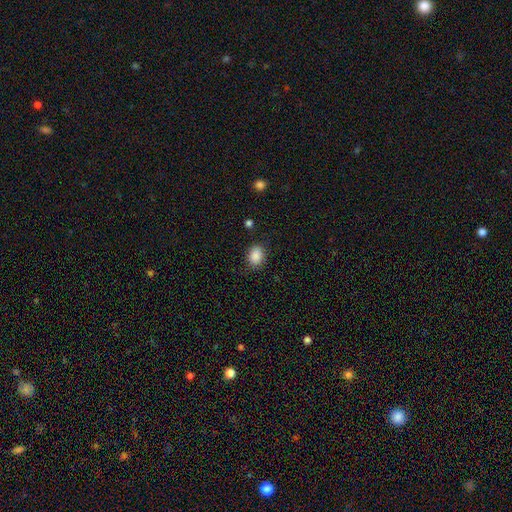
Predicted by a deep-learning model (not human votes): A smooth galaxy with no disk features (88%) that is in between round and cigar-shaped (65%).

Vote fractions:
- Smooth or featured? smooth: 88% / star or artifact: 9% / featured or disk: 4%
- How rounded? in between: 65% / round: 34% / cigar-shaped: 1%
- Merging? none: 81% / minor disturbance: 13% / major disturbance: 4% / merger: 2%